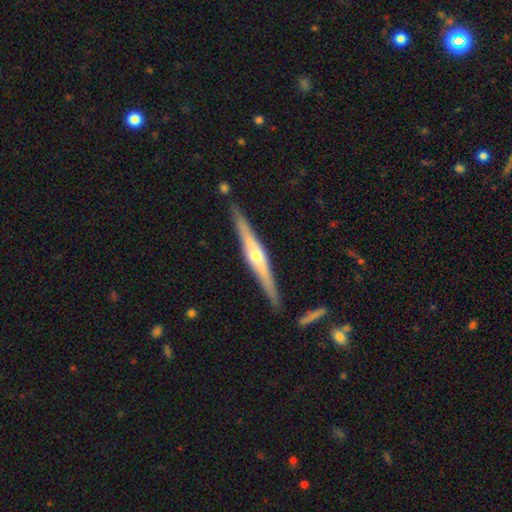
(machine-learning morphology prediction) smooth-or-featured: featured or disk: 77% | smooth: 18% | star or artifact: 5%
  disk-edge-on: yes: 98% | no: 2%
    edge-on-bulge: rounded: 90% | boxy: 5% | none: 5%
  merging: none: 89% | minor disturbance: 8% | merger: 2% | major disturbance: 2%